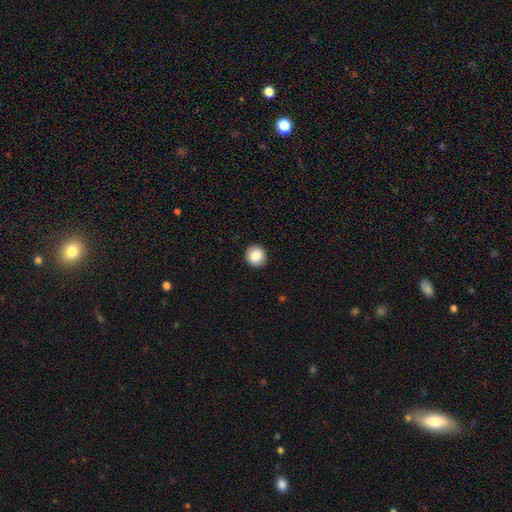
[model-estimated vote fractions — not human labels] Smooth or featured? smooth (87%)
How rounded? round (91%)
Merging? none (93%)